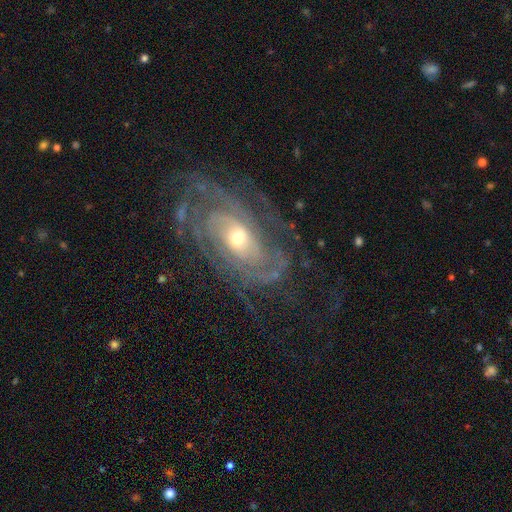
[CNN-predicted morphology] This appears to be a featured or disk galaxy (87%) with no bar (66%), tight (64%) spiral arms (95%) and a moderate central bulge (59%). Merging: none (69%).